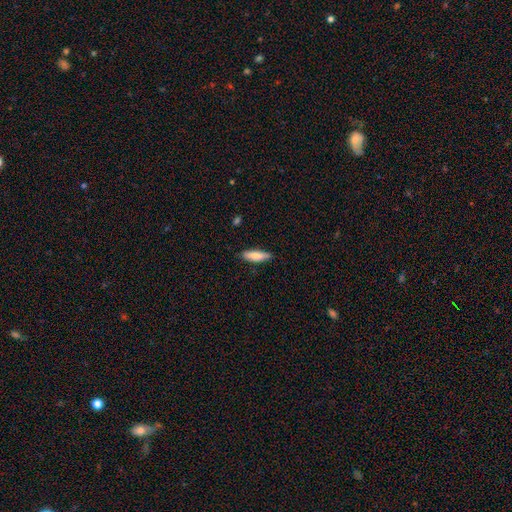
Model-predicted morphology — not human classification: This is clearly a smooth galaxy (81%). How rounded: possibly cigar-shaped (52%). Merging: clearly none (84%).